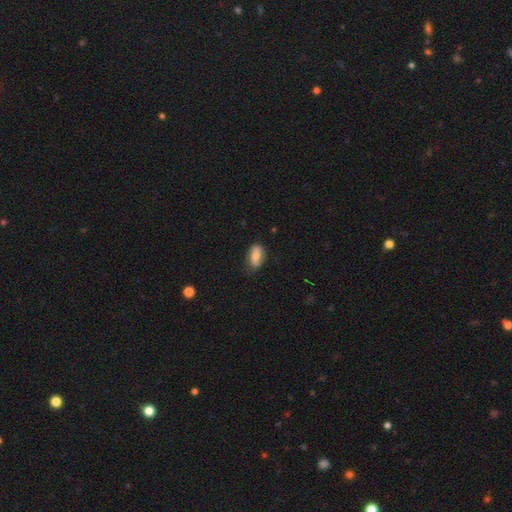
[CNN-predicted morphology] Overall: smooth (60%; featured or disk 32%). How rounded: in between (88%). Merging: none (69%).